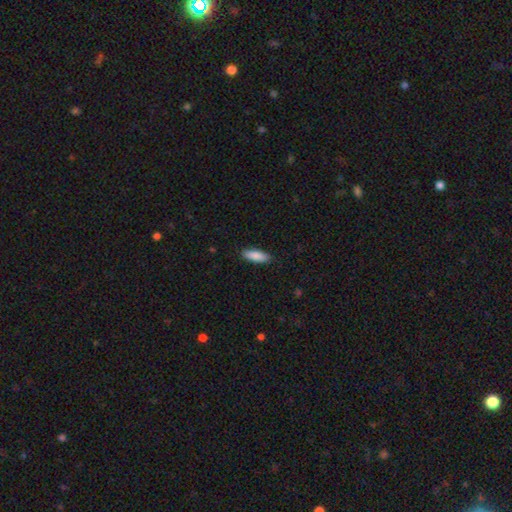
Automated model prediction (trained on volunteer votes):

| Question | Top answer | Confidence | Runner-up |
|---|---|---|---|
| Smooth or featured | smooth | 88% | star or artifact (6%) |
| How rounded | in between | 56% | cigar-shaped (42%) |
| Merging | none | 89% | minor disturbance (8%) |